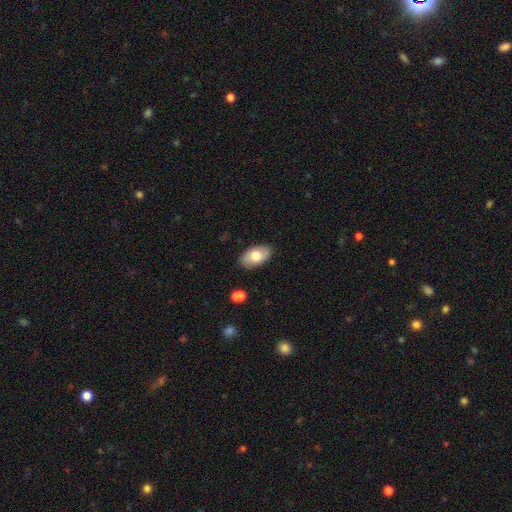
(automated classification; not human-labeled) Morphology: type=smooth (76%); roundness=in between (94%); merging=none (86%).